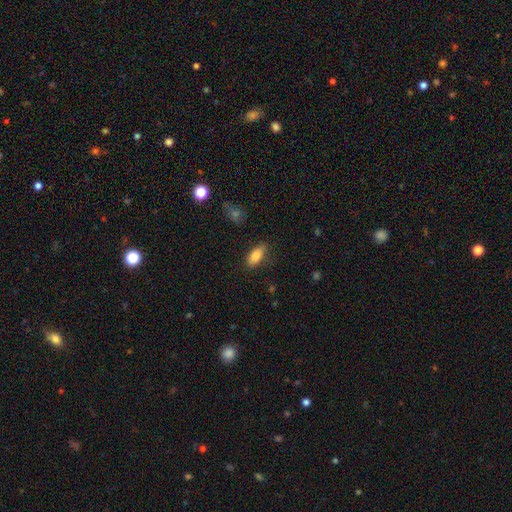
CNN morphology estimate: Smooth or featured? Predicted: smooth (p=0.85). How rounded? Predicted: in between (p=0.86). Merging? Predicted: none (p=0.77).